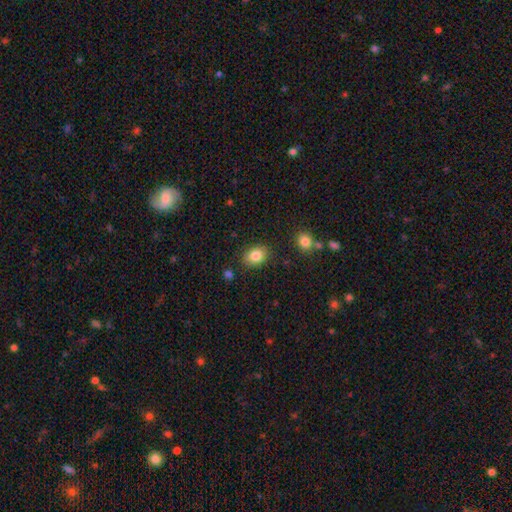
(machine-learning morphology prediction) smooth_or_featured: smooth (p=0.85) [alt: star or artifact p=0.08]
how_rounded: in between (p=0.66) [alt: round p=0.33]
merging: none (p=0.84) [alt: minor disturbance p=0.10]